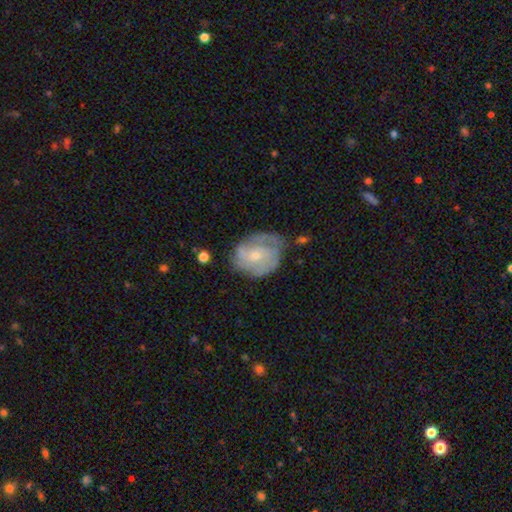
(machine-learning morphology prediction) This is likely a featured or disk galaxy (69%). It is clearly not viewed edge-on (97%). Bar: likely no (66%). Spiral arm pattern: clearly yes (85%). Spiral arm count: marginally 2 (37%). Spiral winding: possibly tight (46%). Central bulge: likely small (61%). Merging: possibly none (54%).